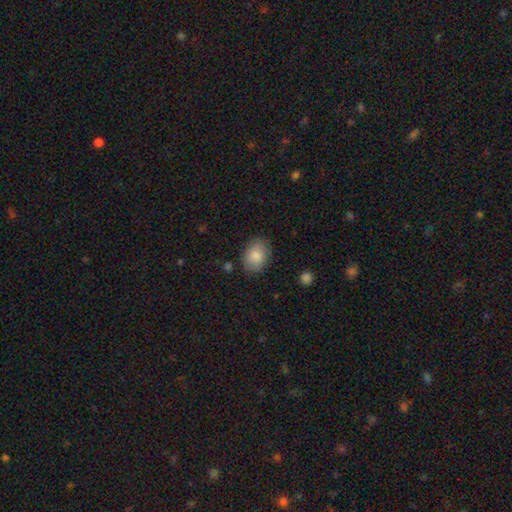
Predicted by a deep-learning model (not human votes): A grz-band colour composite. It shows a smooth galaxy with no disk features (86%) that is in between round and cigar-shaped (79%). Merging: none (79%).